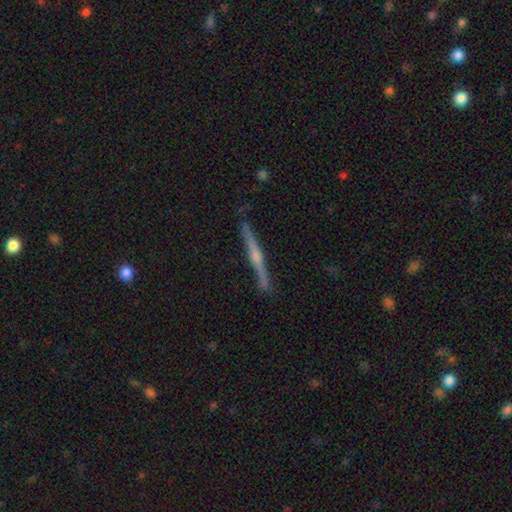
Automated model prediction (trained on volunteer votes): Q: Smooth or featured?
A: featured or disk (75%); runner-up: smooth (19%)
Q: Edge-on disk?
A: yes (98%); runner-up: no (2%)
Q: Edge-on bulge?
A: rounded (74%); runner-up: none (16%)
Q: Merging?
A: none (86%); runner-up: minor disturbance (10%)